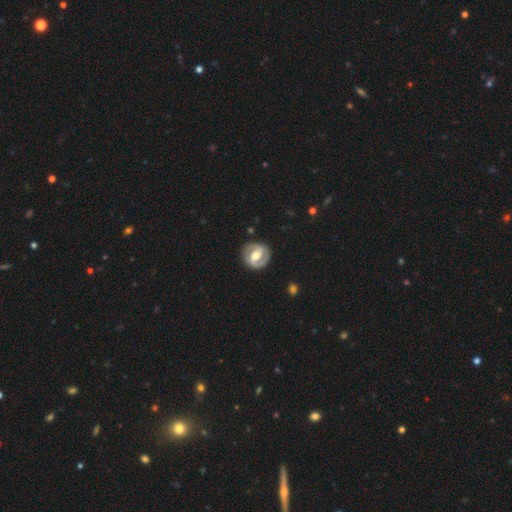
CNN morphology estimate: Overall: featured or disk (80%). Edge-on disk: no (97%). Bar: strong (42%; weak 40%). Spiral arms: yes (88%). Spiral arm count: 2 (89%). Spiral winding: medium (44%; tight 43%). Bulge size: moderate (71%). Merging: none (84%).